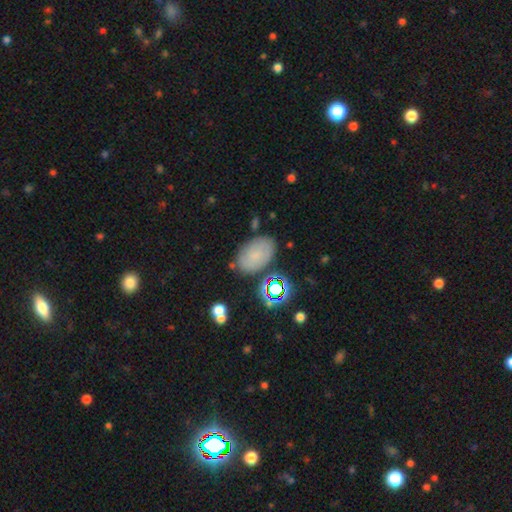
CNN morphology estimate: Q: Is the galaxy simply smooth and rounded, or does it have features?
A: smooth — 63%.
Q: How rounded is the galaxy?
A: in between — 88%.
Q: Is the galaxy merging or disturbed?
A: none — 74%.